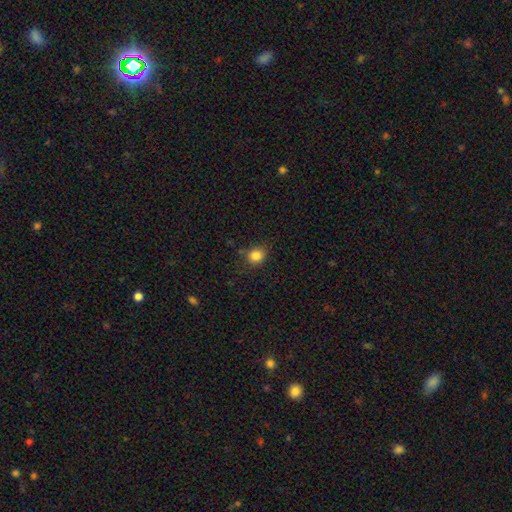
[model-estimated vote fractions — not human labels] A smooth galaxy with no disk features (84%) that is round (74%). Merging: none (78%).